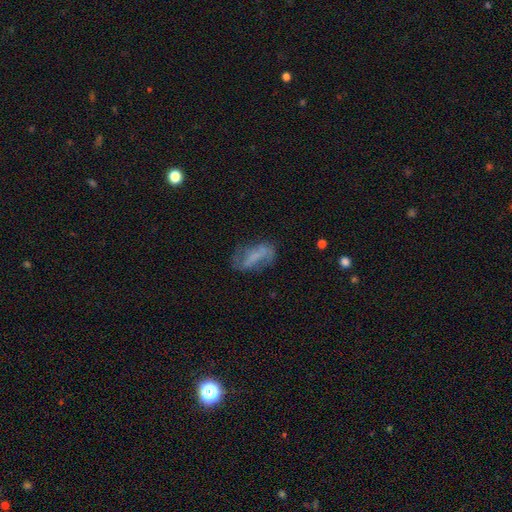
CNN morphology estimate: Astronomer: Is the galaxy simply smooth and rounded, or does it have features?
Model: featured or disk — 52% (runner-up: smooth, 37%).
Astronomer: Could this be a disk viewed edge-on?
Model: no — 91%.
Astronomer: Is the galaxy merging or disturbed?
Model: none — 54%.